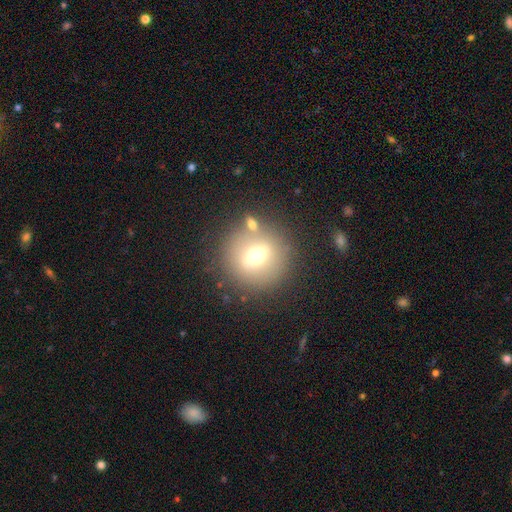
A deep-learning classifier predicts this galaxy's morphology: Smooth or featured? Predicted: smooth (p=0.51). How rounded? Predicted: round (p=0.87). Merging? Predicted: none (p=0.78).